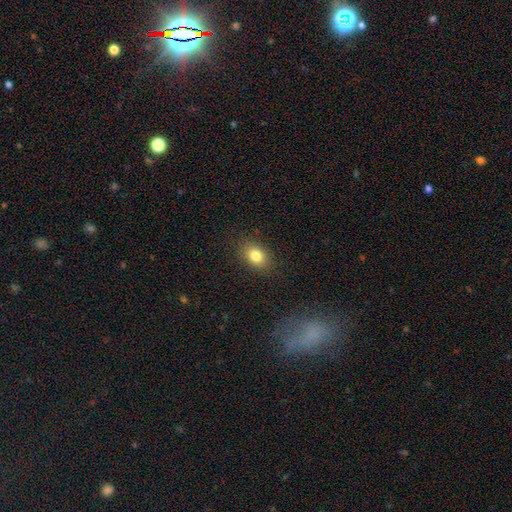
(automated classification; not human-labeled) Morphology: type=smooth (82%); roundness=in between (75%); merging=none (87%).